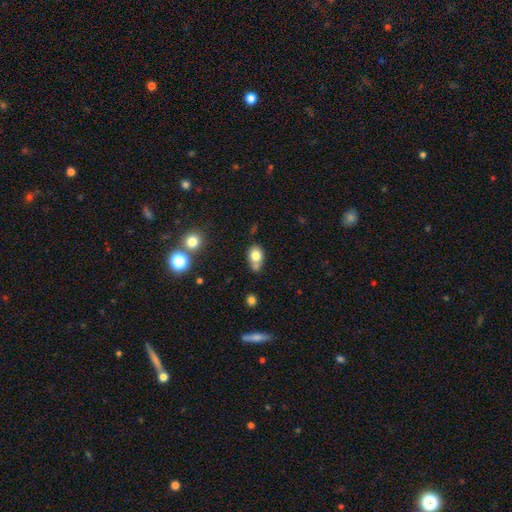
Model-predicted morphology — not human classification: Q: Smooth or featured?
A: smooth (77%); runner-up: featured or disk (12%)
Q: How rounded?
A: in between (60%); runner-up: round (38%)
Q: Merging?
A: none (45%); runner-up: merger (27%)